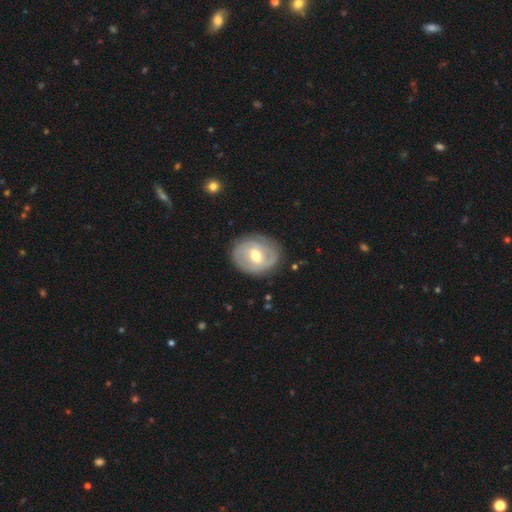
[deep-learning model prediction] smooth-or-featured: featured or disk: 67% | smooth: 27% | star or artifact: 6%
  disk-edge-on: no: 96% | yes: 4%
    bar: weak: 49% | no: 34% | strong: 18%
    has-spiral-arms: yes: 73% | no: 27%
    bulge-size: moderate: 74% | small: 19% | large: 5% | dominant: 1% | none: 1%
  merging: none: 80% | minor disturbance: 15% | major disturbance: 5% | merger: 1%